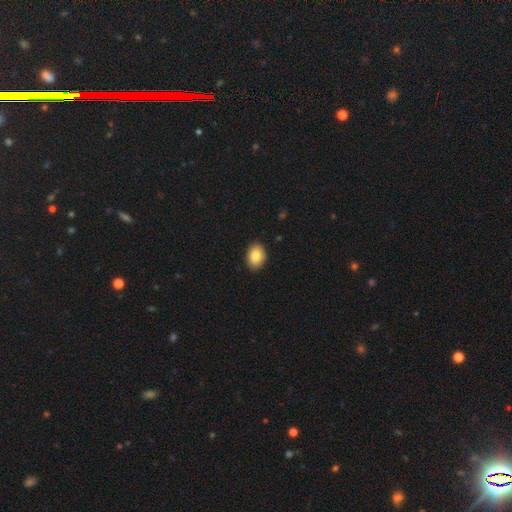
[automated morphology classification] Smooth or featured: smooth — 85% (star or artifact — 8%)
How rounded: in between — 78% (round — 21%)
Merging: none — 89% (minor disturbance — 8%)